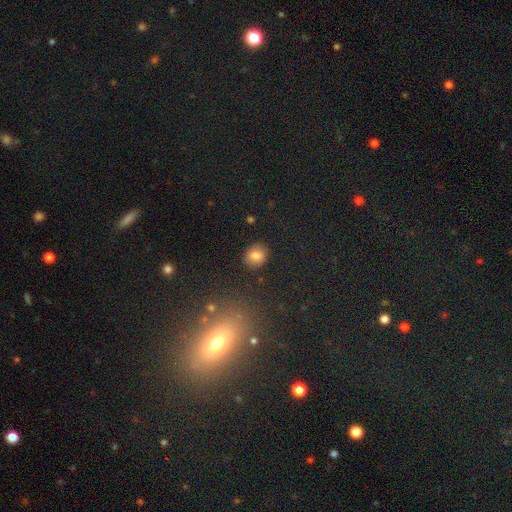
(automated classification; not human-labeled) Smooth or featured? Predicted: smooth (p=0.82). How rounded? Predicted: round (p=0.74). Merging? Predicted: none (p=0.88).